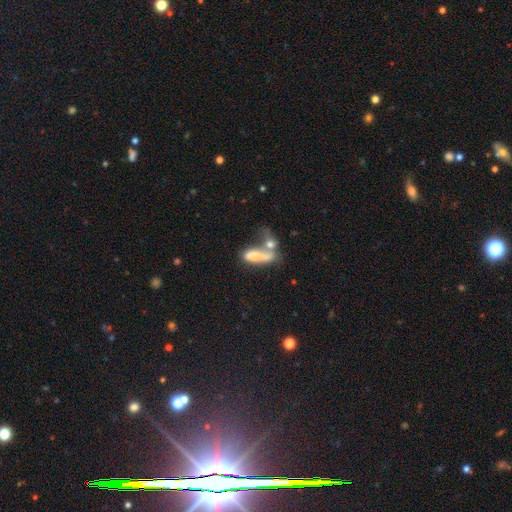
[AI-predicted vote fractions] smooth_or_featured: smooth (p=0.65) [alt: featured or disk p=0.26]
how_rounded: in between (p=0.61) [alt: cigar-shaped p=0.34]
merging: merger (p=0.61) [alt: none p=0.16]